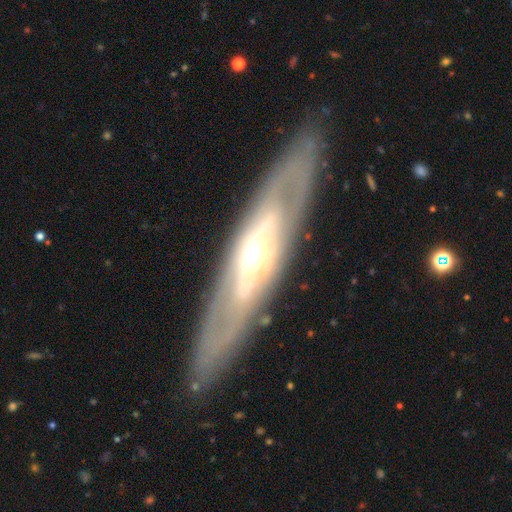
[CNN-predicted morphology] Overall: featured or disk (78%). Edge-on disk: no (59%; yes 41%). Merging: none (82%).